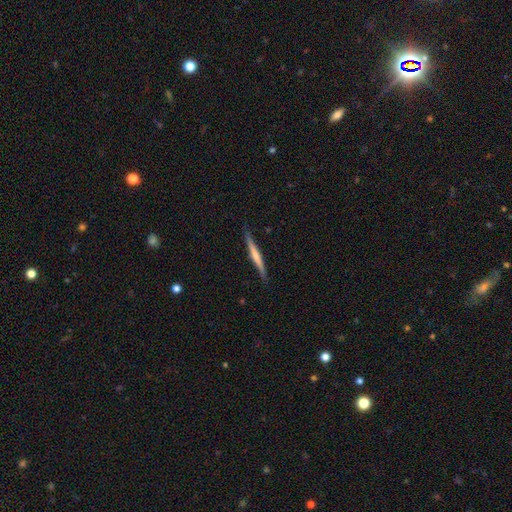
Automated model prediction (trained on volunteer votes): A featured or disk galaxy (52%) viewed edge-on (97%) with no central bulge (46%).

Vote fractions:
- Smooth or featured? featured or disk: 52% / smooth: 42% / star or artifact: 5%
- Edge-on disk? yes: 97% / no: 3%
- Edge-on bulge? none: 46% / rounded: 43% / boxy: 11%
- Merging? none: 87% / minor disturbance: 10% / major disturbance: 2% / merger: 1%